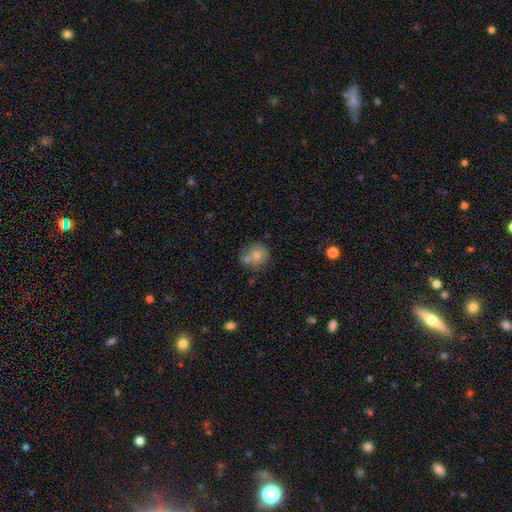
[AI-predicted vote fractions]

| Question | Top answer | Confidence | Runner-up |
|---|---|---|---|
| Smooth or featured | smooth | 76% | featured or disk (15%) |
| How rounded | round | 78% | in between (21%) |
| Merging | none | 44% | merger (36%) |